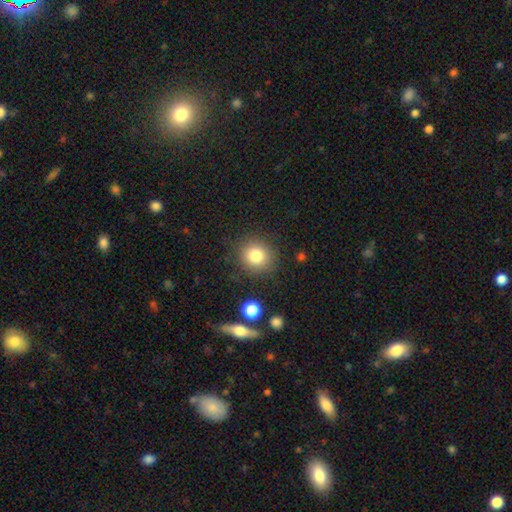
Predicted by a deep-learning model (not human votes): Smooth or featured? Predicted: smooth (p=0.81). How rounded? Predicted: round (p=0.87). Merging? Predicted: none (p=0.85).